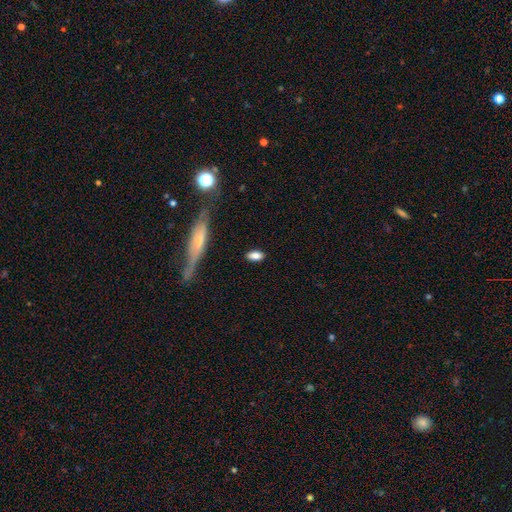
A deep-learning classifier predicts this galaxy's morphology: smooth-or-featured: smooth: 81% | featured or disk: 12% | star or artifact: 7%
  how-rounded: in between: 85% | cigar-shaped: 11% | round: 4%
  merging: none: 84% | minor disturbance: 11% | major disturbance: 3% | merger: 2%